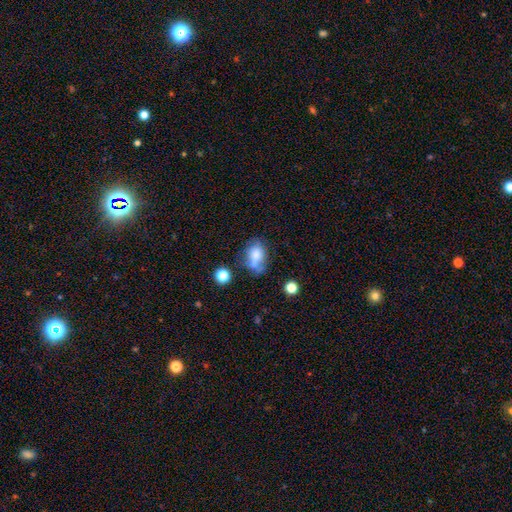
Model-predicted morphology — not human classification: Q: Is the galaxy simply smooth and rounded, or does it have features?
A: smooth — 68%.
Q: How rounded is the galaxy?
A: in between — 73%.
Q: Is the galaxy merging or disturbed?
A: none — 36%.